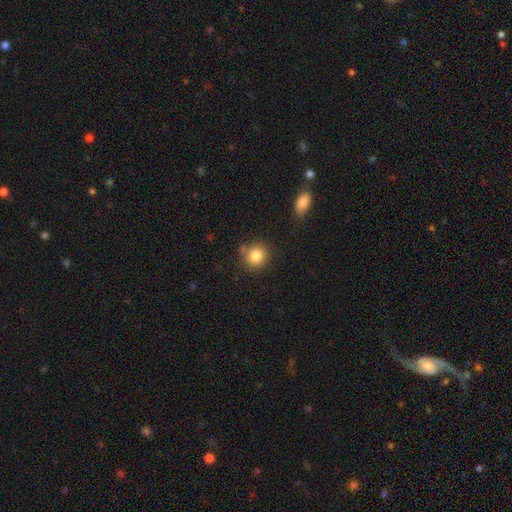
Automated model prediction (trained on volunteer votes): Morphology: type=smooth (84%); roundness=round (86%); merging=none (76%).